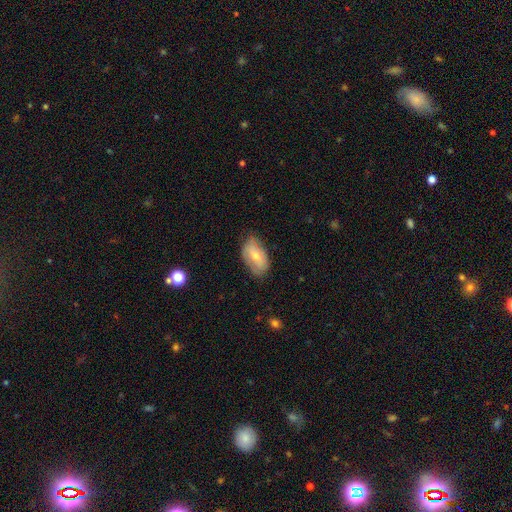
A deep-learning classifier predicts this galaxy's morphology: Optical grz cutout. It shows a smooth galaxy with no disk features (60%) that is in between round and cigar-shaped (92%). Merging: none (67%).